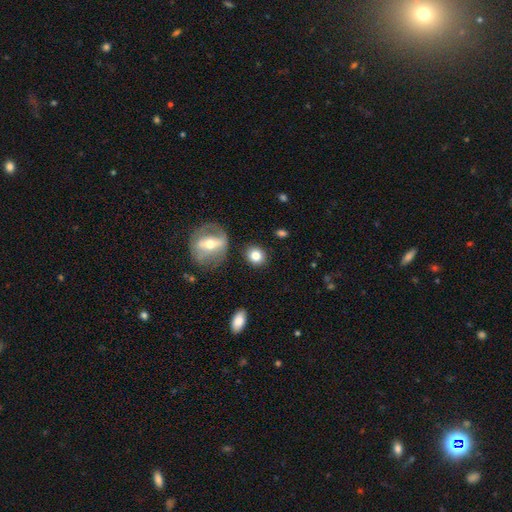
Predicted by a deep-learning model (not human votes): smooth 79%, featured or disk 12%, star or artifact 9%. Down the decision tree: how rounded — round (76%); merging — none (85%).